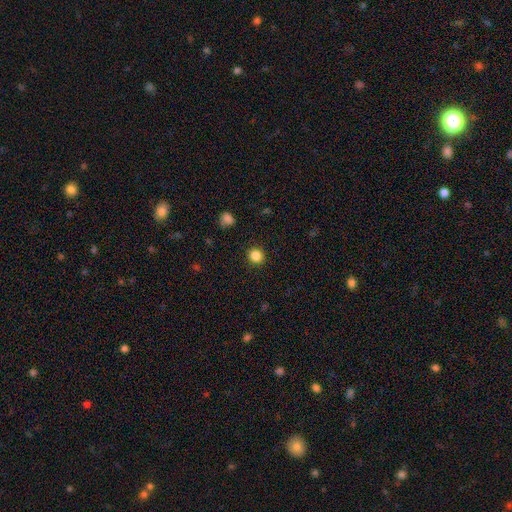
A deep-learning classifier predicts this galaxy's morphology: Q: Smooth or featured?
A: smooth (85%); runner-up: star or artifact (11%)
Q: How rounded?
A: round (90%); runner-up: in between (9%)
Q: Merging?
A: none (91%); runner-up: minor disturbance (6%)